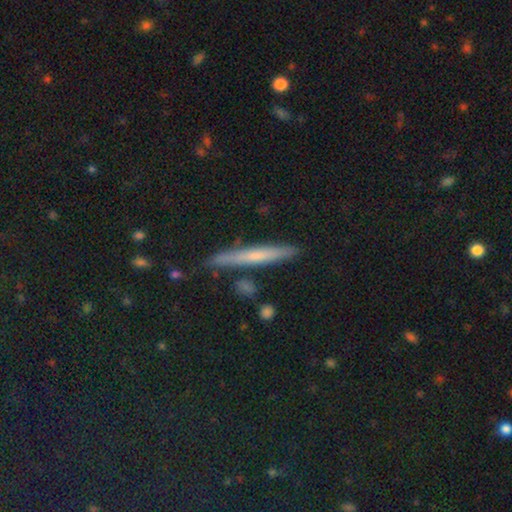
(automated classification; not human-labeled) This appears to be a smooth galaxy with no disk features (52%) that is cigar-shaped (95%). Merging: none (85%).